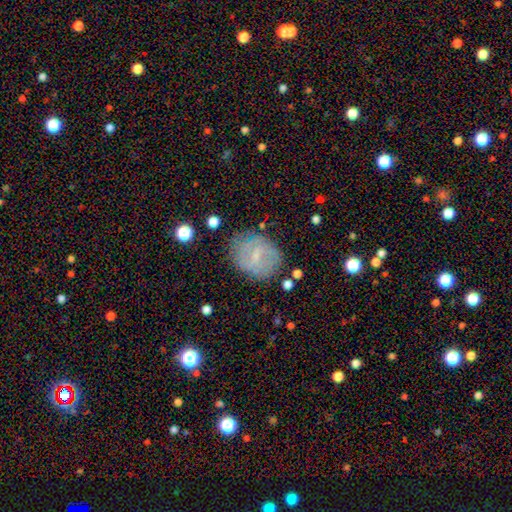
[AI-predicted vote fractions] This appears to be a featured or disk galaxy (49%). Merging: none (72%).